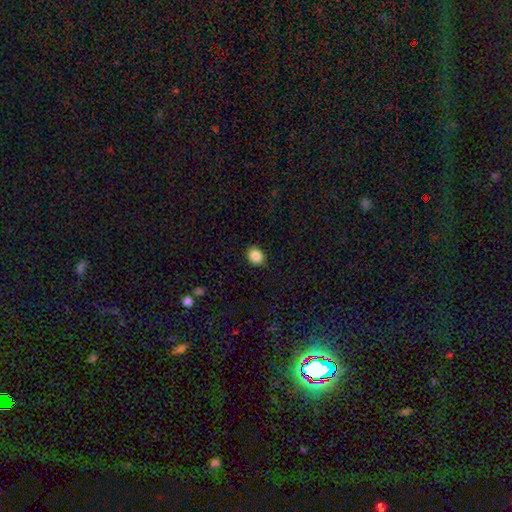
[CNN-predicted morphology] type=smooth (87%); roundness=round (63%); merging=none (88%).